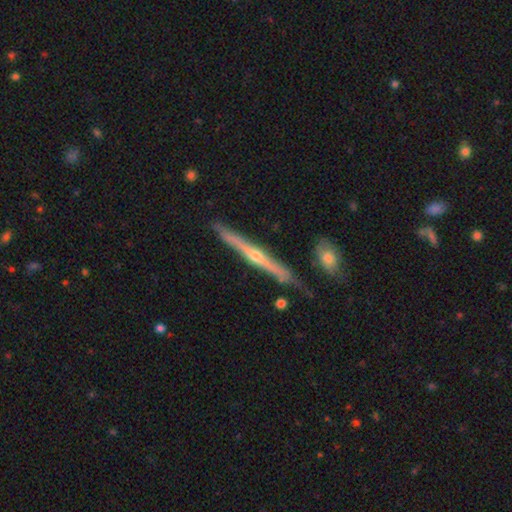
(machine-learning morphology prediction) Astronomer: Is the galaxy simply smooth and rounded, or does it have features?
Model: featured or disk — 79%.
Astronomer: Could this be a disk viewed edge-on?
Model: yes — 98%.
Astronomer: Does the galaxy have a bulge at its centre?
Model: rounded — 84%.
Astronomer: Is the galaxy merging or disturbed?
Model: none — 87%.